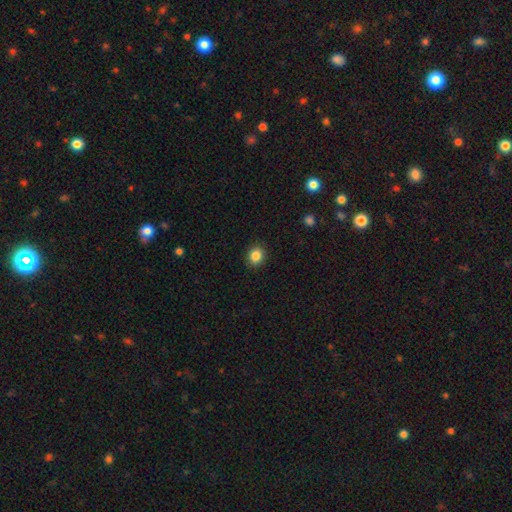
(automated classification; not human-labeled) A smooth galaxy with no disk features (85%) that is round (65%).

Vote fractions:
- Smooth or featured? smooth: 85% / star or artifact: 10% / featured or disk: 5%
- How rounded? round: 65% / in between: 34% / cigar-shaped: 1%
- Merging? none: 90% / minor disturbance: 7% / major disturbance: 2% / merger: 1%